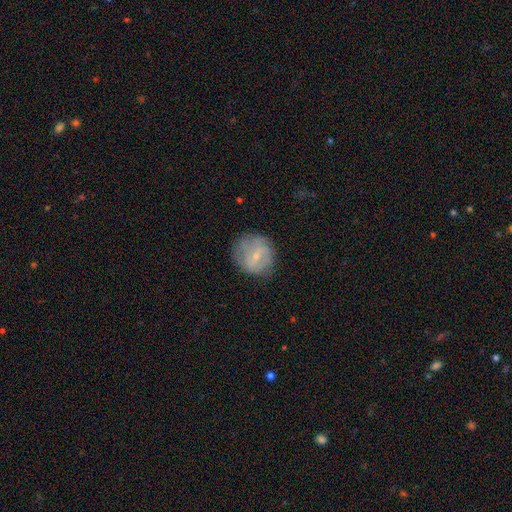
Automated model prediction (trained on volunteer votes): Overall: featured or disk (46%, tied with smooth). Merging: none (73%).